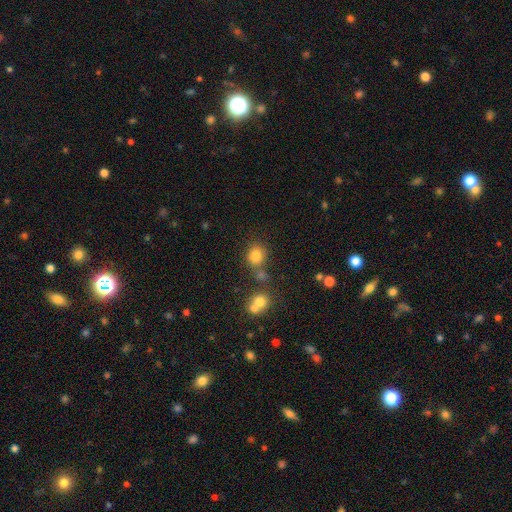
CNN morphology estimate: The model was most divided on "merging": none: 68%, merger: 17%, minor disturbance: 11%, major disturbance: 4%. More confident: smooth or featured — smooth (80%); how rounded — round (78%).